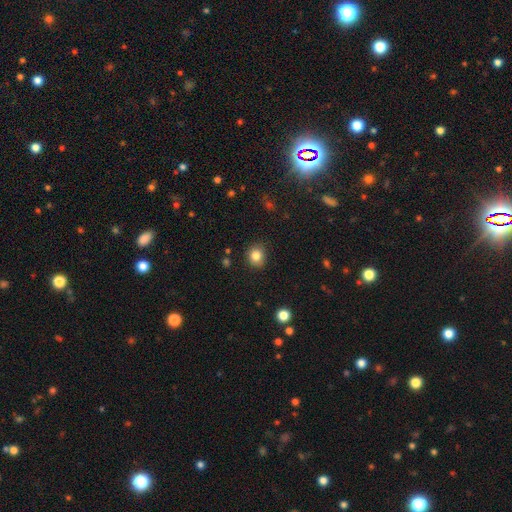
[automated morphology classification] Q: Smooth or featured?
A: smooth (83%); runner-up: star or artifact (11%)
Q: How rounded?
A: round (81%); runner-up: in between (18%)
Q: Merging?
A: none (89%); runner-up: minor disturbance (8%)